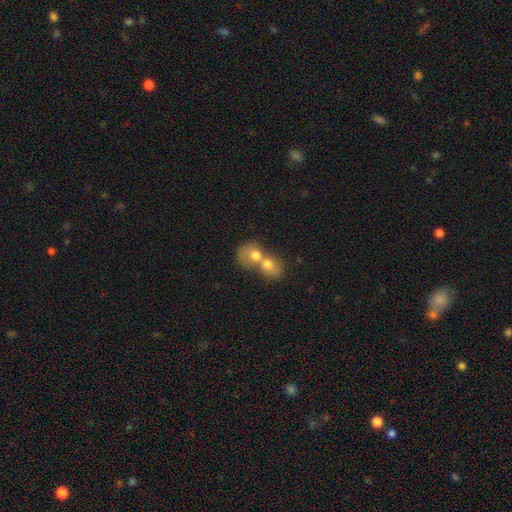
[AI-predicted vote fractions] The model was most divided on "how rounded": round: 56%, in between: 42%, cigar-shaped: 1%. More confident: merging — merger (82%); smooth or featured — smooth (65%).